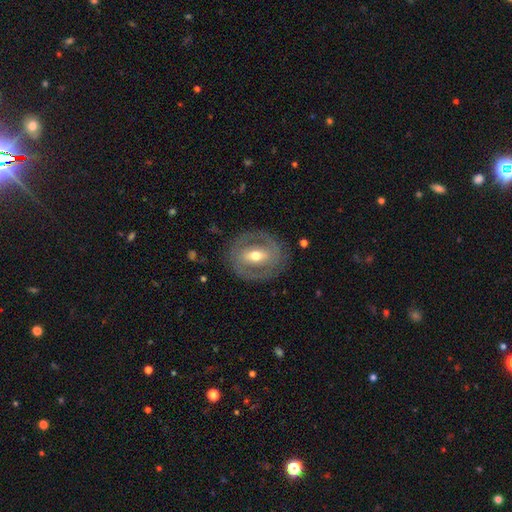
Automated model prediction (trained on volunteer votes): This appears to be a featured or disk galaxy (72%) with a strong bar (42%), spiral arms (52%) and a moderate central bulge (72%). Merging: none (81%).